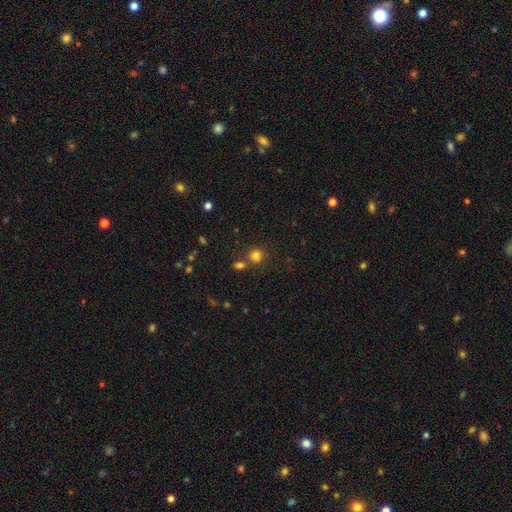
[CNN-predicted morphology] A smooth galaxy with no disk features (78%) that is round (87%).

Vote fractions:
- Smooth or featured? smooth: 78% / star or artifact: 16% / featured or disk: 6%
- How rounded? round: 87% / in between: 12% / cigar-shaped: 1%
- Merging? none: 69% / merger: 18% / minor disturbance: 9% / major disturbance: 3%